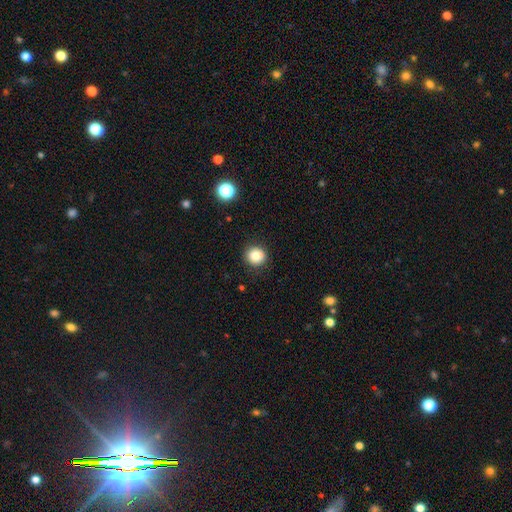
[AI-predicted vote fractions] Smooth or featured? smooth (83%)
How rounded? round (91%)
Merging? none (90%)